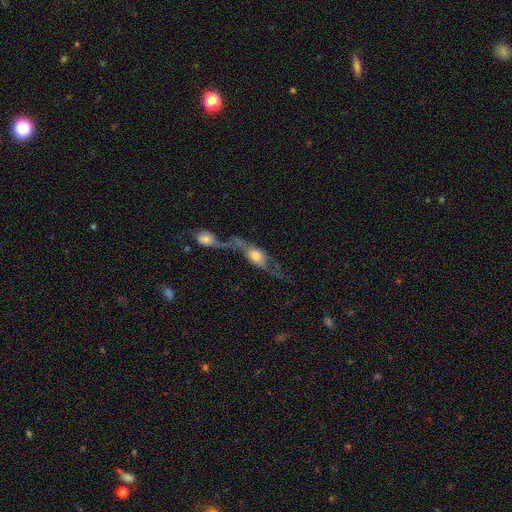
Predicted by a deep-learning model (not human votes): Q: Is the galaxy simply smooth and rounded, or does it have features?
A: featured or disk — 61%.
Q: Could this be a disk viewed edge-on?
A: no — 71%.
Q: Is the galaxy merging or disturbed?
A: merger — 67%.